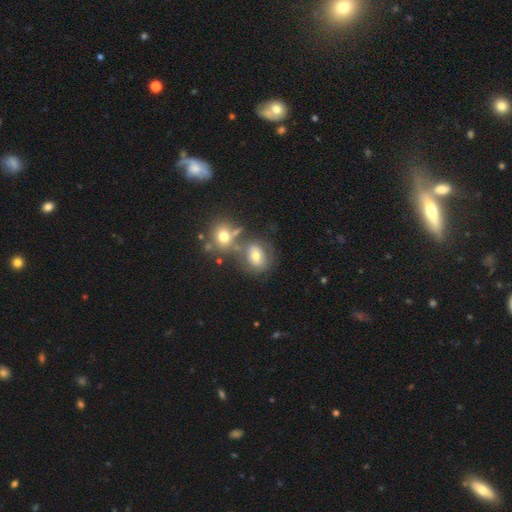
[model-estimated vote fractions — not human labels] The model was most divided on "smooth or featured": smooth: 51%, featured or disk: 33%, star or artifact: 16%. Remaining: how rounded — round (61%); merging — none (49%).